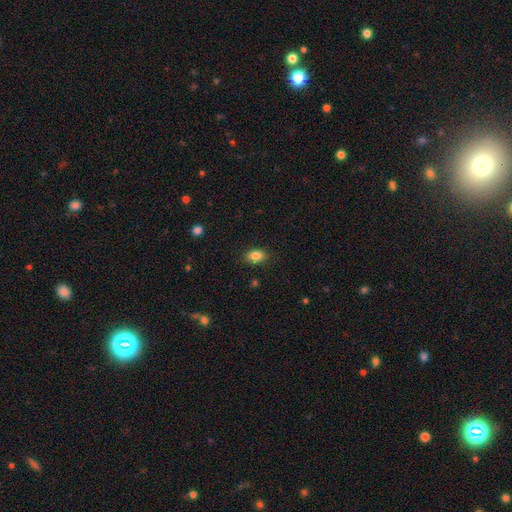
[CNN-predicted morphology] Smooth or featured? smooth (85%)
How rounded? in between (84%)
Merging? none (87%)